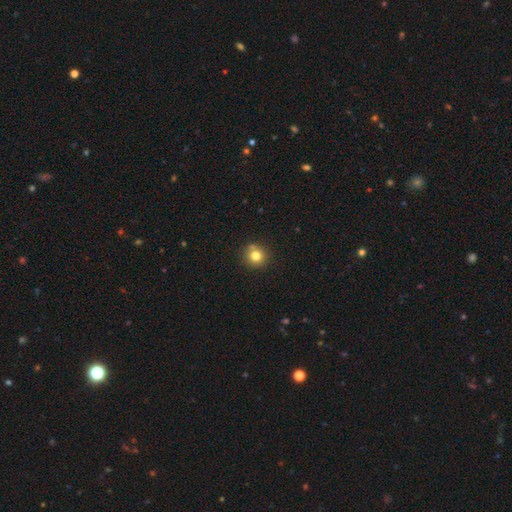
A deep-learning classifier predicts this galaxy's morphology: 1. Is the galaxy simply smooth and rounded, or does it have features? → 78% smooth, 13% star or artifact, 9% featured or disk.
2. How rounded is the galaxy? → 92% round, 7% in between, 1% cigar-shaped.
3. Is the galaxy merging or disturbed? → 80% none, 9% minor disturbance, 8% merger, 3% major disturbance.